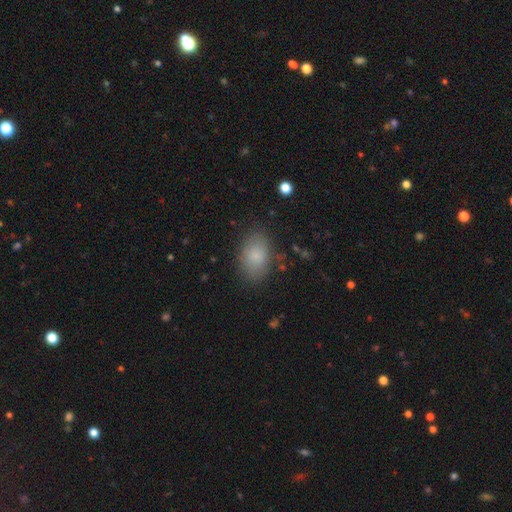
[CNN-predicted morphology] smooth_or_featured: smooth (p=0.83) [alt: featured or disk p=0.09]
how_rounded: in between (p=0.88) [alt: round p=0.11]
merging: none (p=0.82) [alt: minor disturbance p=0.13]